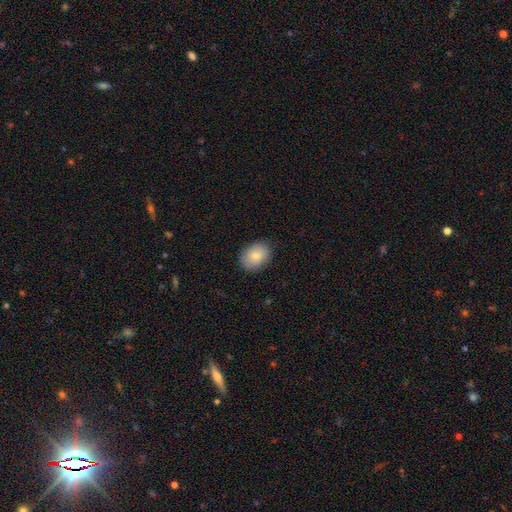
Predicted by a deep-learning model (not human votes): smooth_or_featured: smooth (p=0.79) [alt: featured or disk p=0.14]
how_rounded: in between (p=0.61) [alt: round p=0.38]
merging: none (p=0.85) [alt: minor disturbance p=0.11]